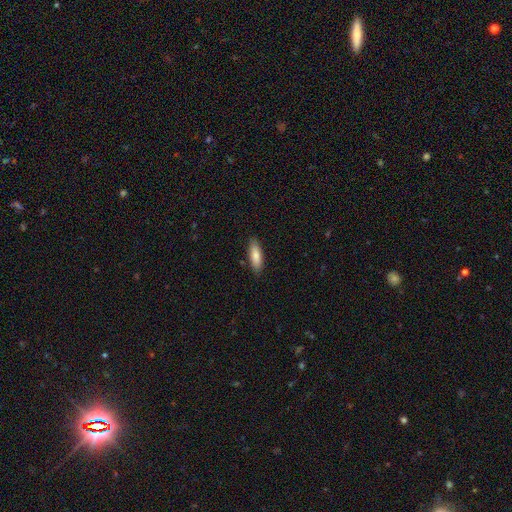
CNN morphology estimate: Q: Smooth or featured?
A: smooth (83%); runner-up: featured or disk (11%)
Q: How rounded?
A: in between (54%); runner-up: cigar-shaped (45%)
Q: Merging?
A: none (87%); runner-up: minor disturbance (10%)